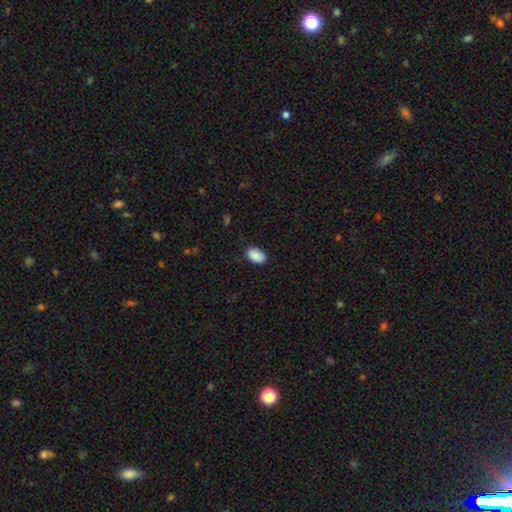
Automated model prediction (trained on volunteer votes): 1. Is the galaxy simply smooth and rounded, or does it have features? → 90% smooth, 7% star or artifact, 3% featured or disk.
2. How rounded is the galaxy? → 91% in between, 8% round, 1% cigar-shaped.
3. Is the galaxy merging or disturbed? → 86% none, 11% minor disturbance, 2% major disturbance, 1% merger.